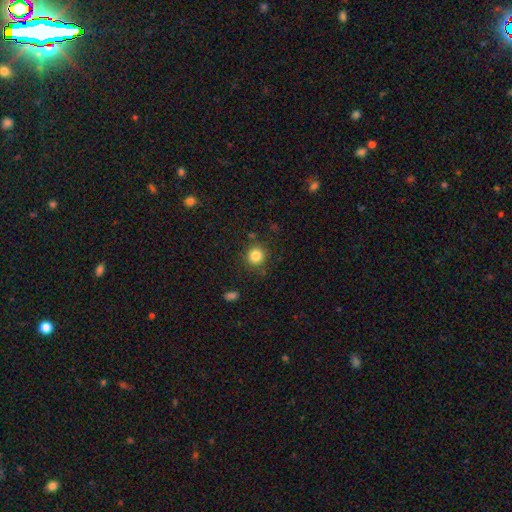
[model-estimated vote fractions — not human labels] The model was most divided on "smooth or featured": smooth: 84%, star or artifact: 11%, featured or disk: 5%. More confident: how rounded — round (91%); merging — none (85%).